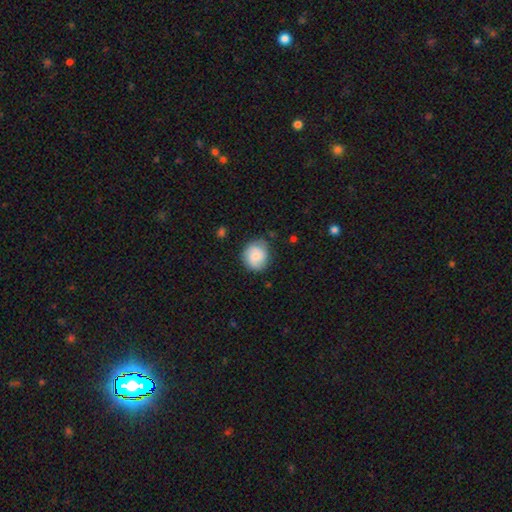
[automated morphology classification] Smooth or featured: smooth — 70% (featured or disk — 23%)
How rounded: round — 80% (in between — 19%)
Merging: none — 76% (minor disturbance — 18%)